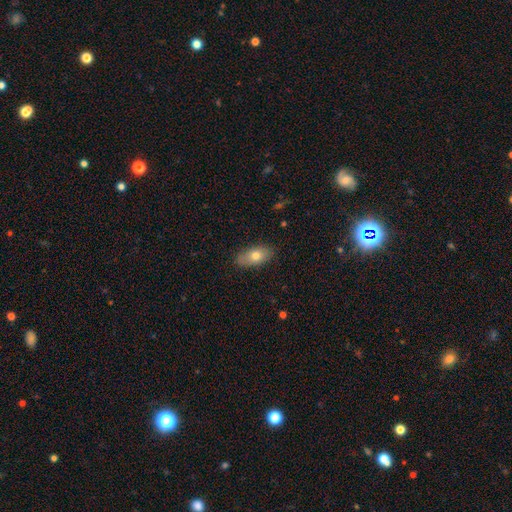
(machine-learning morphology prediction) Q: Smooth or featured?
A: smooth (74%); runner-up: featured or disk (19%)
Q: How rounded?
A: in between (87%); runner-up: cigar-shaped (8%)
Q: Merging?
A: none (84%); runner-up: minor disturbance (12%)